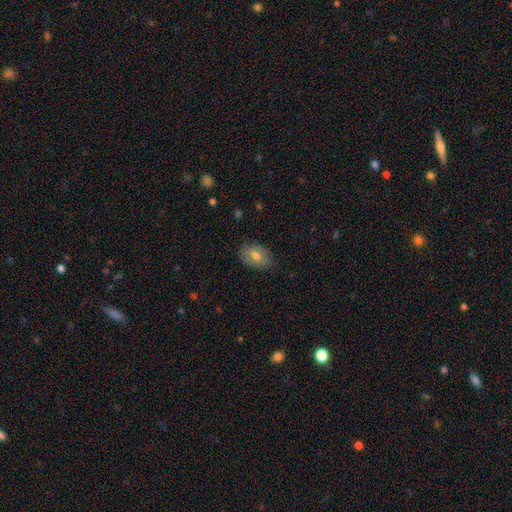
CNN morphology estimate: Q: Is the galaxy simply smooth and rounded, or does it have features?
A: smooth — 70%.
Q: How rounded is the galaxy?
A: in between — 86%.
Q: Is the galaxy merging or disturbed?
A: none — 81%.